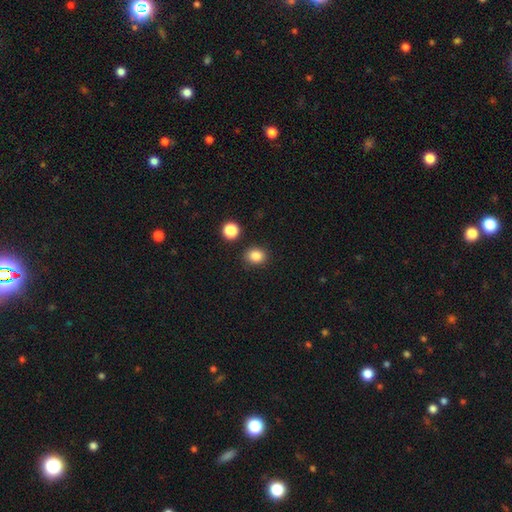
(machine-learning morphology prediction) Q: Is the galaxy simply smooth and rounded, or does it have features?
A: smooth — 86%.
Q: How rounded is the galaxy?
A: round — 61%.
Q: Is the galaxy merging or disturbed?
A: none — 84%.